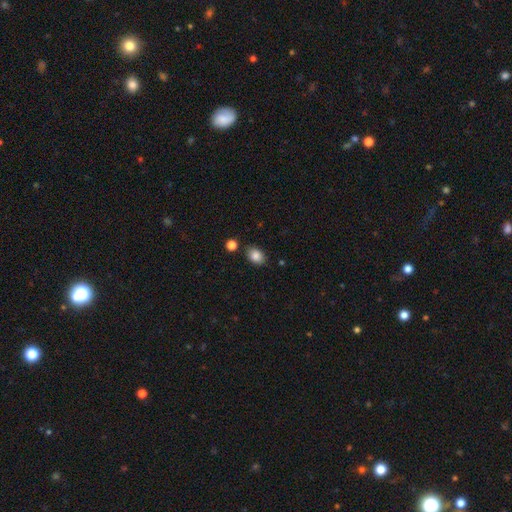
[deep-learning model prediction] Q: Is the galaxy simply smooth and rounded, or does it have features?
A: smooth — 86%.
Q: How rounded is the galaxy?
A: in between — 77%.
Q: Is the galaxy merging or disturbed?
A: none — 82%.